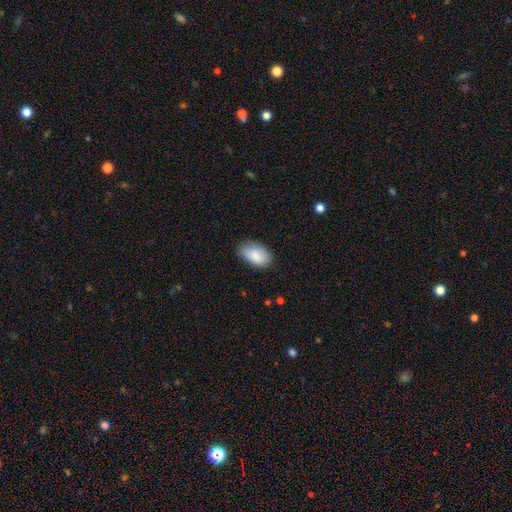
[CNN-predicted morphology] smooth-or-featured: smooth: 85% | featured or disk: 9% | star or artifact: 6%
  how-rounded: in between: 93% | round: 5% | cigar-shaped: 2%
  merging: none: 74% | minor disturbance: 21% | major disturbance: 4% | merger: 1%